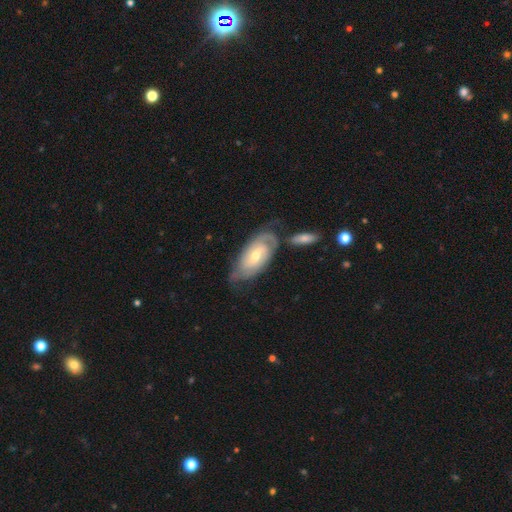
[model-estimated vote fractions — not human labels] smooth_or_featured: featured or disk (p=0.75) [alt: smooth p=0.19]
disk_edge_on: no (p=0.92) [alt: yes p=0.08]
bar: no (p=0.48) [alt: weak p=0.41]
has_spiral_arms: yes (p=0.92) [alt: no p=0.08]
spiral_winding: tight (p=0.64) [alt: medium p=0.28]
spiral_arm_count: 2 (p=0.50) [alt: can't tell p=0.32]
bulge_size: moderate (p=0.54) [alt: small p=0.41]
merging: none (p=0.59) [alt: minor disturbance p=0.21]